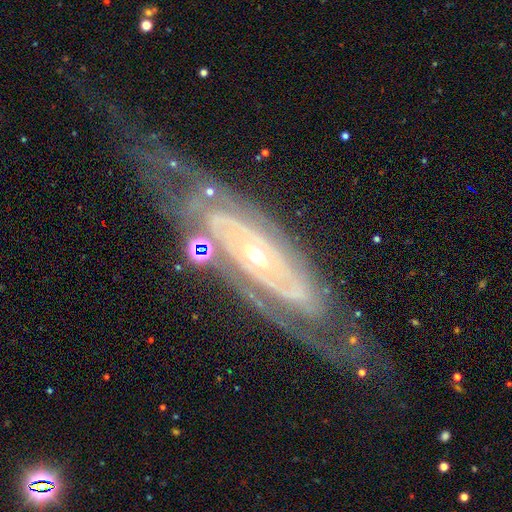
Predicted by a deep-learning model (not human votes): smooth-or-featured: featured or disk: 90% | star or artifact: 6% | smooth: 4%
  disk-edge-on: no: 89% | yes: 11%
    bar: no: 64% | weak: 22% | strong: 14%
    has-spiral-arms: yes: 97% | no: 3%
      spiral-winding: tight: 72% | medium: 23% | loose: 5%
      spiral-arm-count: 2: 41% | can't tell: 25% | 3: 14% | 4: 9% | more than 4: 7% | 1: 6%
    bulge-size: small: 67% | moderate: 29% | large: 2% | none: 1% | dominant: 1%
  merging: none: 66% | minor disturbance: 19% | major disturbance: 12% | merger: 3%